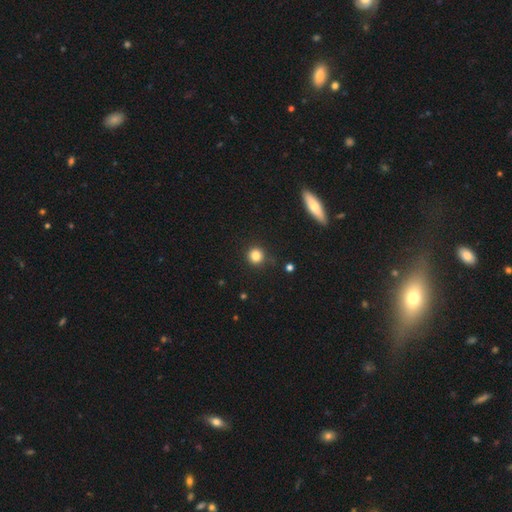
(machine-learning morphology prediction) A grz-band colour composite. It shows a smooth galaxy with no disk features (83%) that is round (92%). Merging: none (88%).